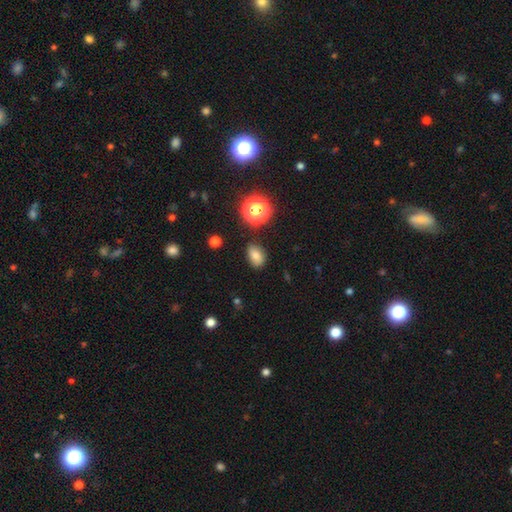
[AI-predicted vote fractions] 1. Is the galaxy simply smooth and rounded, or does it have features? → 77% smooth, 14% star or artifact, 8% featured or disk.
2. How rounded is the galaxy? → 78% in between, 21% round, 2% cigar-shaped.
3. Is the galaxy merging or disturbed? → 78% none, 16% minor disturbance, 4% major disturbance, 3% merger.